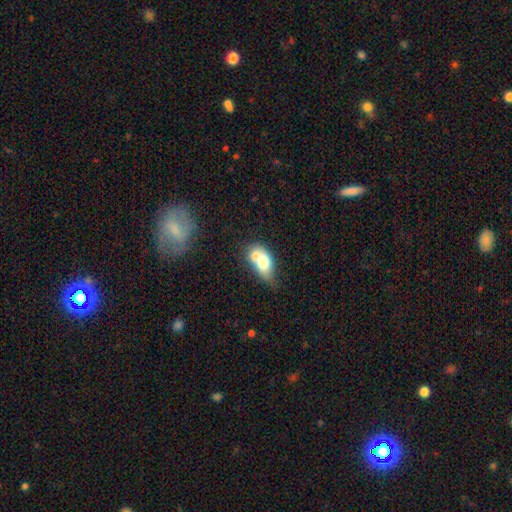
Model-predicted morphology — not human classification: smooth_or_featured: smooth (p=0.66) [alt: featured or disk p=0.27]
how_rounded: in between (p=0.77) [alt: round p=0.20]
merging: merger (p=0.62) [alt: none p=0.20]